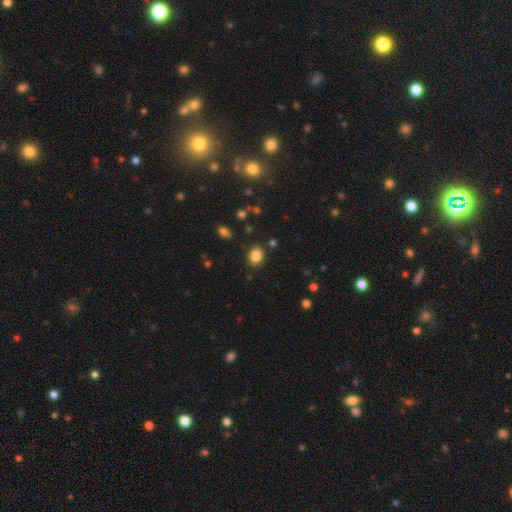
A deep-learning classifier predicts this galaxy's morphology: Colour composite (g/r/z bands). It shows a smooth galaxy with no disk features (85%) that is in between round and cigar-shaped (66%). Merging: none (85%).